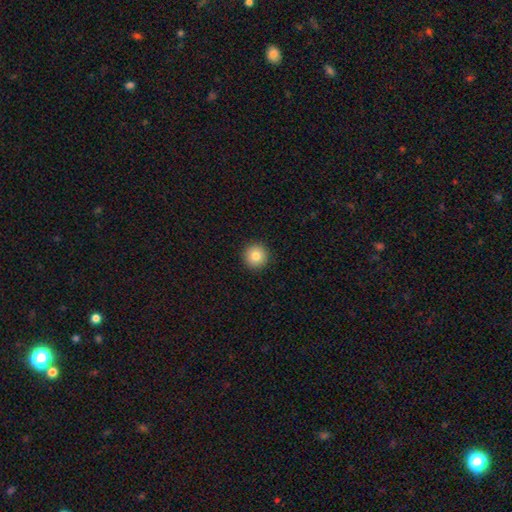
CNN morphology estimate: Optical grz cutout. It shows a smooth galaxy with no disk features (83%) that is round (96%). Merging: none (93%).